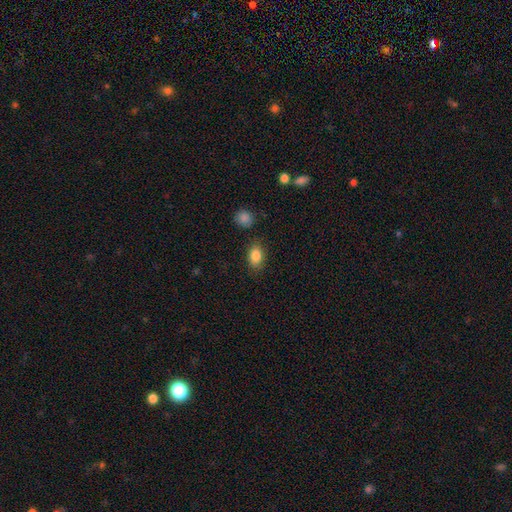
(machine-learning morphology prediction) The model was most divided on "how rounded": in between: 82%, round: 16%, cigar-shaped: 2%. More confident: smooth or featured — smooth (85%); merging — none (83%).